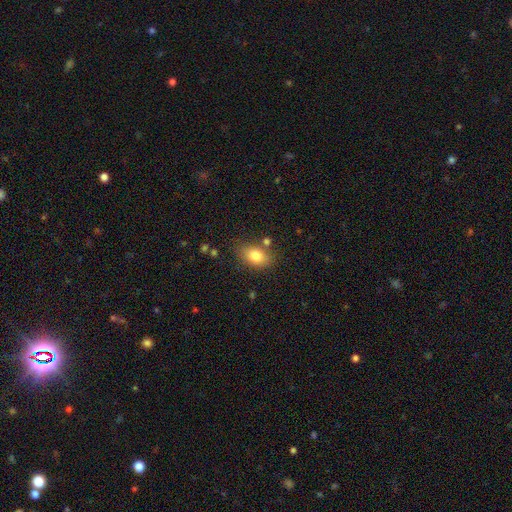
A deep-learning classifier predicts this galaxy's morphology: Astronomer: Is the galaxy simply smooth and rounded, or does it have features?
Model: smooth — 80%.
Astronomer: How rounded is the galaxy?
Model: in between — 80%.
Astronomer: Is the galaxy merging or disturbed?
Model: none — 75%.